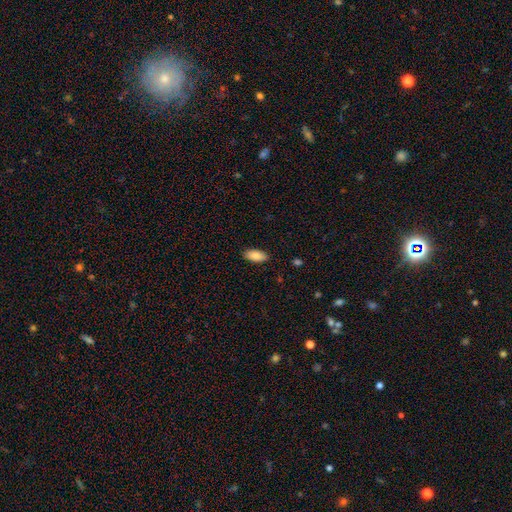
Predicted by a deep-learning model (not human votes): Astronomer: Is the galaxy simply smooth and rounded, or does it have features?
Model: smooth — 86%.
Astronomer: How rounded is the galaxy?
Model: in between — 91%.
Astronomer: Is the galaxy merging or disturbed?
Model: none — 88%.